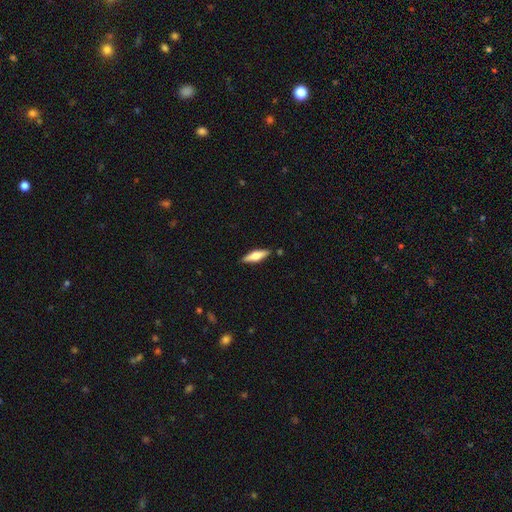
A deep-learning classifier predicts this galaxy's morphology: Q: Smooth or featured?
A: smooth (53%); runner-up: featured or disk (41%)
Q: How rounded?
A: cigar-shaped (59%); runner-up: in between (38%)
Q: Merging?
A: none (87%); runner-up: minor disturbance (9%)